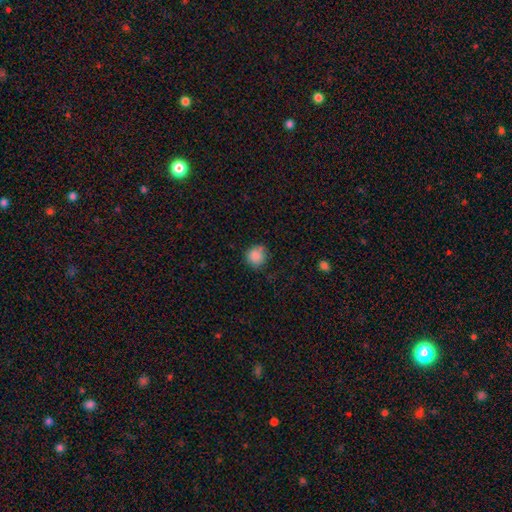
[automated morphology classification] This is clearly a smooth galaxy (86%). How rounded: clearly round (90%). Merging: likely none (74%).